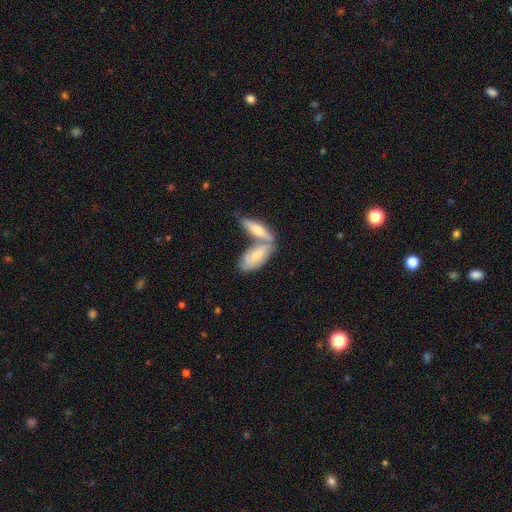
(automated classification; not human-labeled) Q: Smooth or featured?
A: smooth (53%); runner-up: featured or disk (41%)
Q: How rounded?
A: in between (76%); runner-up: cigar-shaped (21%)
Q: Merging?
A: merger (54%); runner-up: none (31%)